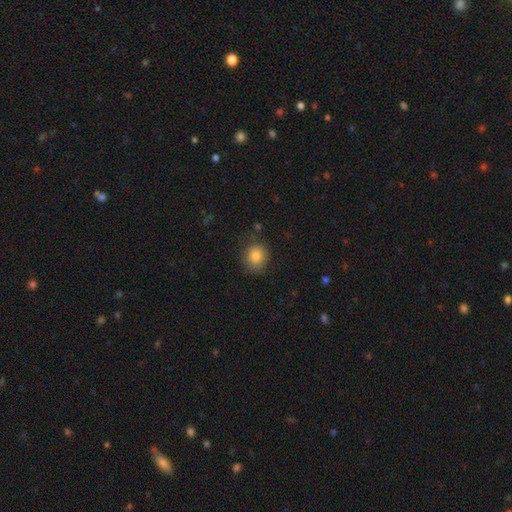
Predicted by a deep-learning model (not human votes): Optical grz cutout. It shows a smooth galaxy with no disk features (82%) that is round (79%). Merging: none (82%).